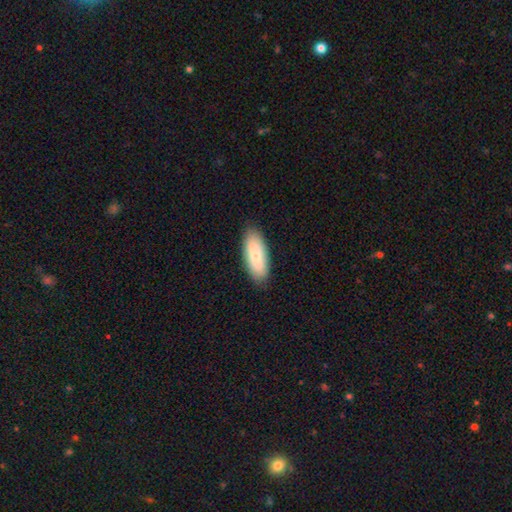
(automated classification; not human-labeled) Morphology: type=smooth (76%); roundness=in between (78%); merging=none (86%).